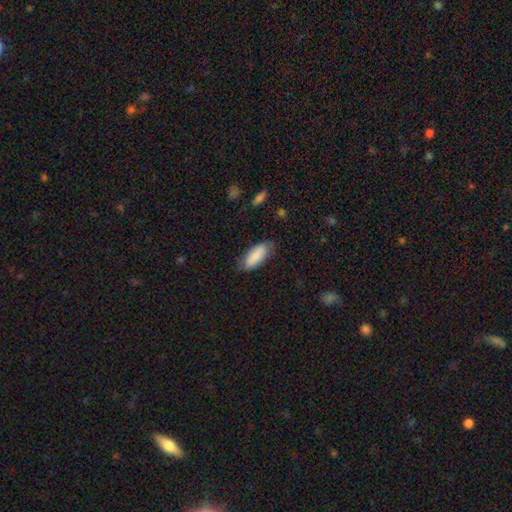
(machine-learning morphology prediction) smooth_or_featured: smooth (p=0.84) [alt: featured or disk p=0.10]
how_rounded: in between (p=0.82) [alt: cigar-shaped p=0.16]
merging: none (p=0.77) [alt: minor disturbance p=0.18]